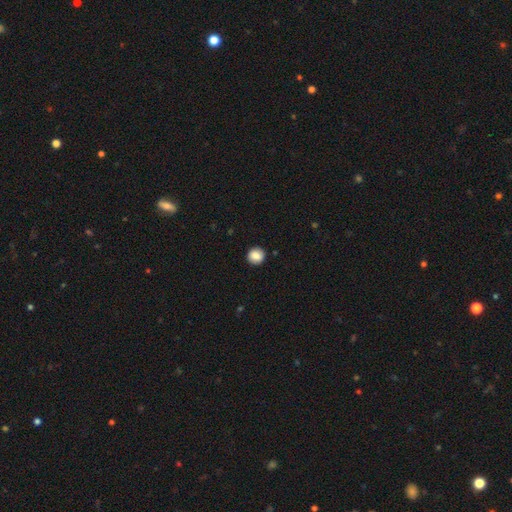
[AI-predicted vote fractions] Smooth or featured?
  - smooth: 85% *
  - star or artifact: 9%
  - featured or disk: 7%
How rounded?
  - round: 89% *
  - in between: 10%
  - cigar-shaped: 1%
Merging?
  - none: 90% *
  - minor disturbance: 7%
  - major disturbance: 2%
  - merger: 1%